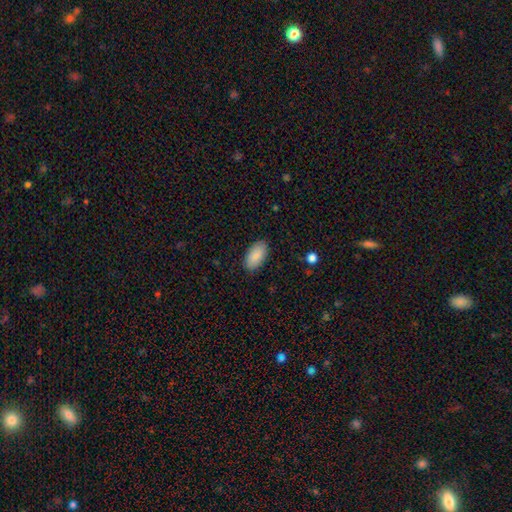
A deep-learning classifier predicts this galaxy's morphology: A smooth galaxy with no disk features (88%) that is in between round and cigar-shaped (95%). Merging: none (87%).